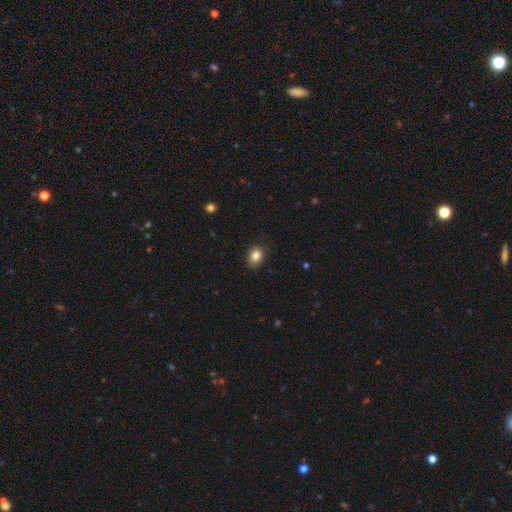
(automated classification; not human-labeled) Smooth or featured: smooth — 85% (star or artifact — 9%)
How rounded: in between — 65% (round — 34%)
Merging: none — 82% (minor disturbance — 14%)